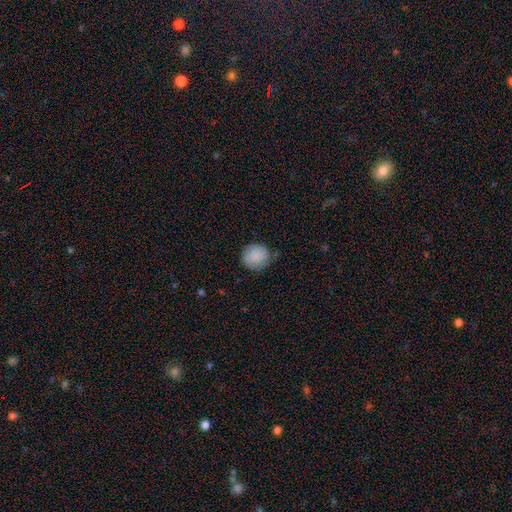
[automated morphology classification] Smooth or featured? smooth (84%)
How rounded? round (87%)
Merging? none (78%)